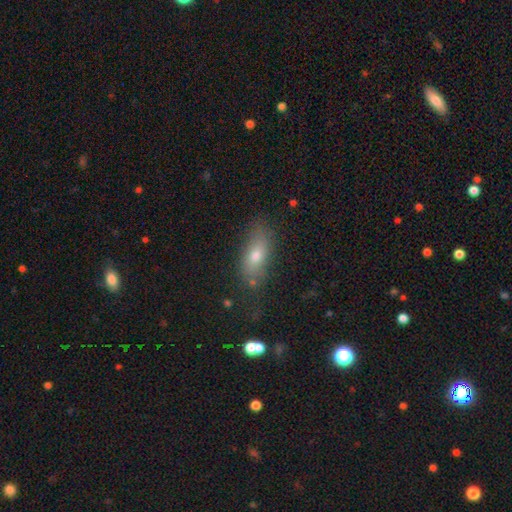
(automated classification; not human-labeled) Smooth or featured? smooth (70%)
How rounded? in between (75%)
Merging? none (73%)